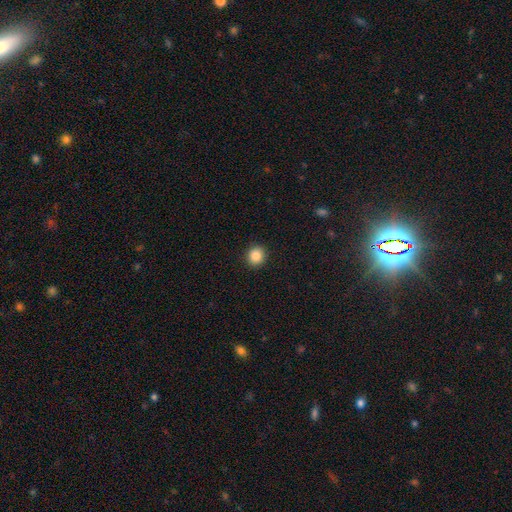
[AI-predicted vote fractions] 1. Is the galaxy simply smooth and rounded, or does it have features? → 86% smooth, 10% star or artifact, 4% featured or disk.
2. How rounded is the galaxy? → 87% round, 12% in between, 1% cigar-shaped.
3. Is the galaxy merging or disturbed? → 92% none, 5% minor disturbance, 2% major disturbance, 1% merger.